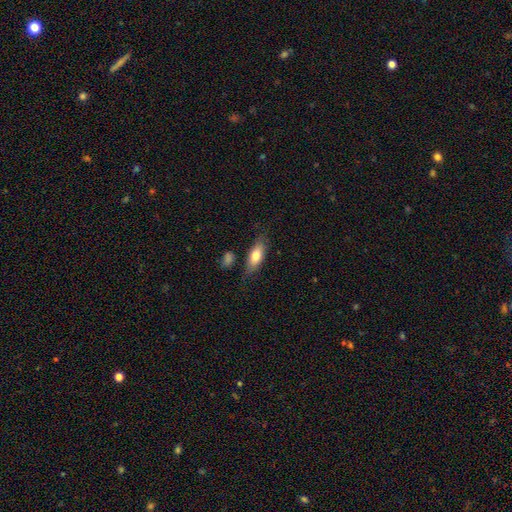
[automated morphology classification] Smooth or featured?
  - smooth: 74% *
  - featured or disk: 20%
  - star or artifact: 6%
How rounded?
  - in between: 71% *
  - cigar-shaped: 26%
  - round: 3%
Merging?
  - none: 74% *
  - minor disturbance: 17%
  - major disturbance: 4%
  - merger: 4%